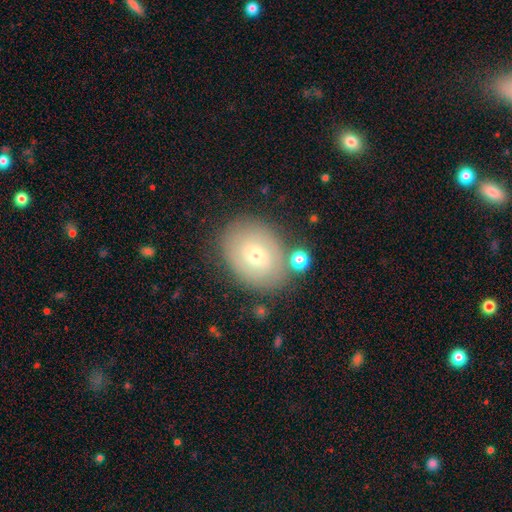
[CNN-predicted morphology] A smooth galaxy with no disk features (52%) that is in between round and cigar-shaped (57%). Merging: none (75%).